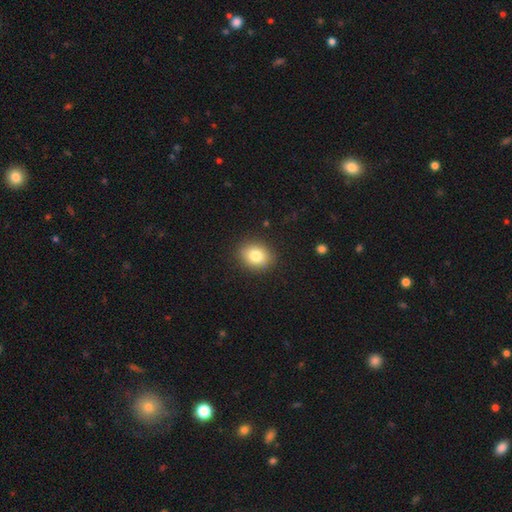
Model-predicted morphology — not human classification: Smooth or featured? Predicted: smooth (p=0.82). How rounded? Predicted: round (p=0.53). Merging? Predicted: none (p=0.88).